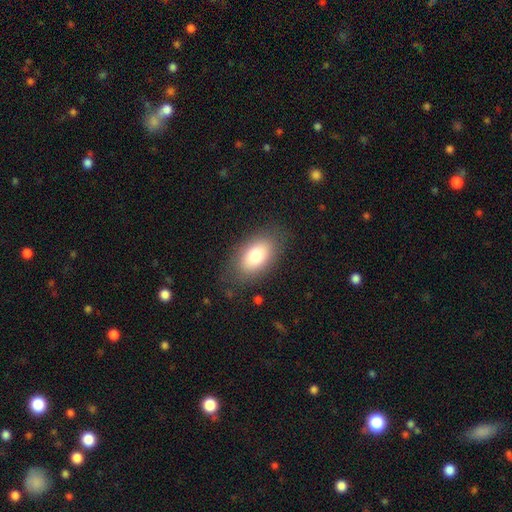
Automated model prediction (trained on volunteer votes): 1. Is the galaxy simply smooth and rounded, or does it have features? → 77% smooth, 15% featured or disk, 8% star or artifact.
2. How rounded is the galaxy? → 90% in between, 8% round, 2% cigar-shaped.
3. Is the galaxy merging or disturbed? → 80% none, 13% minor disturbance, 5% major disturbance, 1% merger.